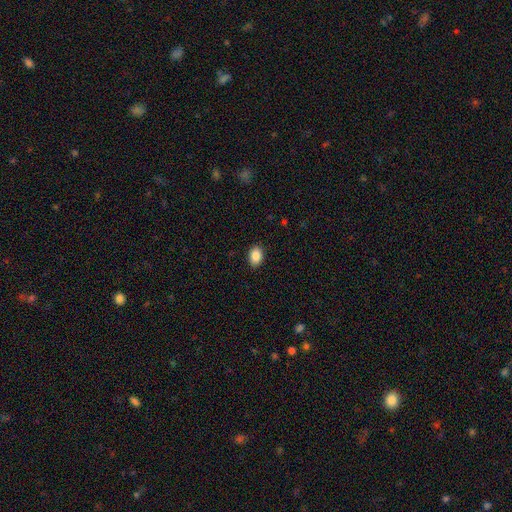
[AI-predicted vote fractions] This appears to be a smooth galaxy with no disk features (87%) that is in between round and cigar-shaped (77%). Merging: none (89%).